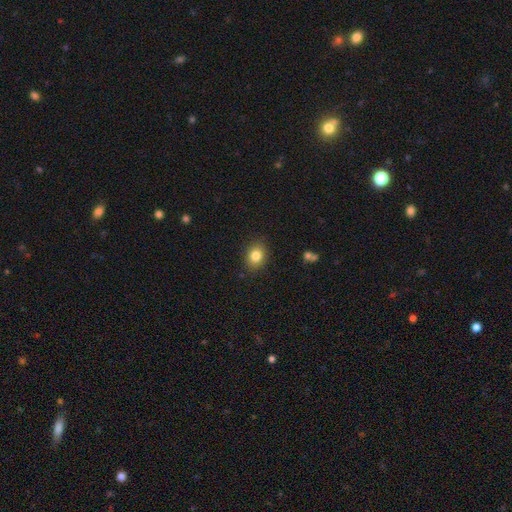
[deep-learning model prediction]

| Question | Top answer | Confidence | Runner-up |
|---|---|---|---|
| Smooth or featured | smooth | 82% | star or artifact (10%) |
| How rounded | in between | 52% | round (47%) |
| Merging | none | 88% | minor disturbance (9%) |